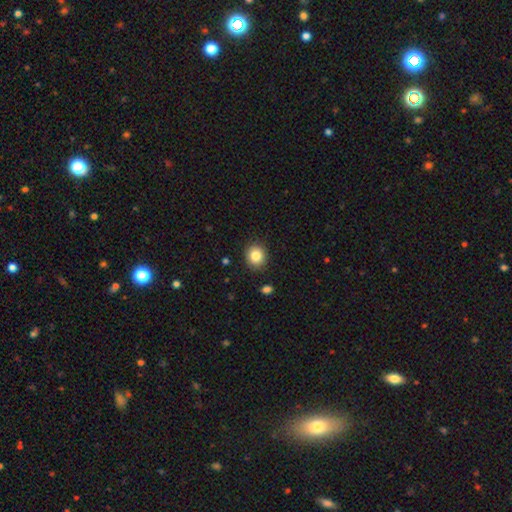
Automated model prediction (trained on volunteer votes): Smooth or featured? smooth (84%)
How rounded? round (82%)
Merging? none (89%)